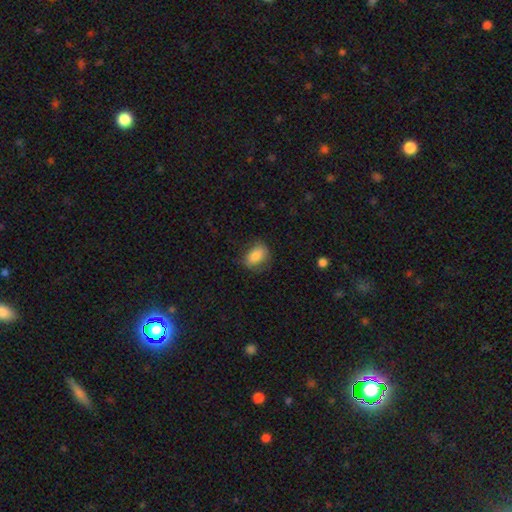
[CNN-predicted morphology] This is clearly a smooth galaxy (82%). How rounded: likely in between (79%). Merging: likely none (69%).